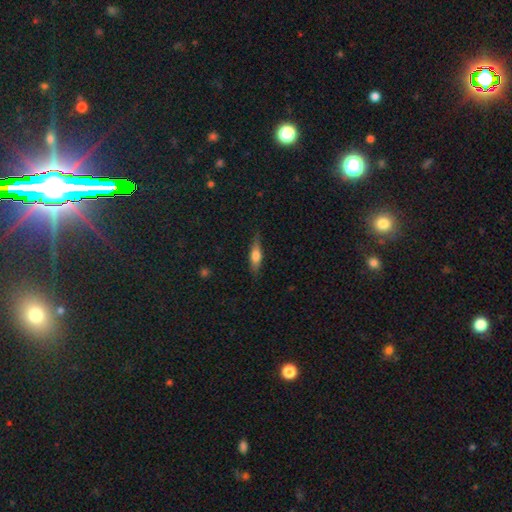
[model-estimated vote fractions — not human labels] Smooth or featured? smooth (58%)
How rounded? cigar-shaped (60%)
Merging? none (80%)